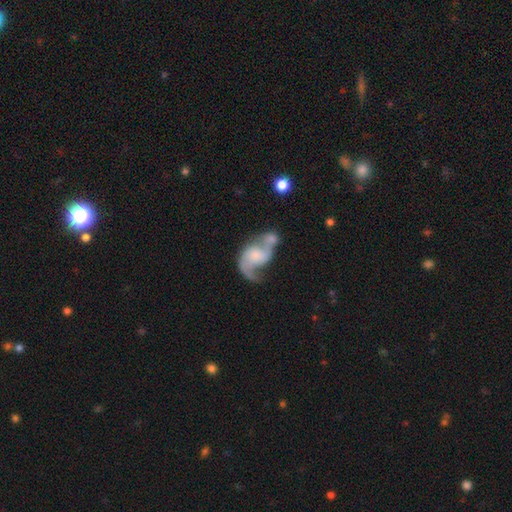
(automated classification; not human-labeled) A featured or disk galaxy (80%) with no bar (61%), 2 (83%) loose (64%) spiral arms (93%) and a small central bulge (31%). Merging: merger (34%).